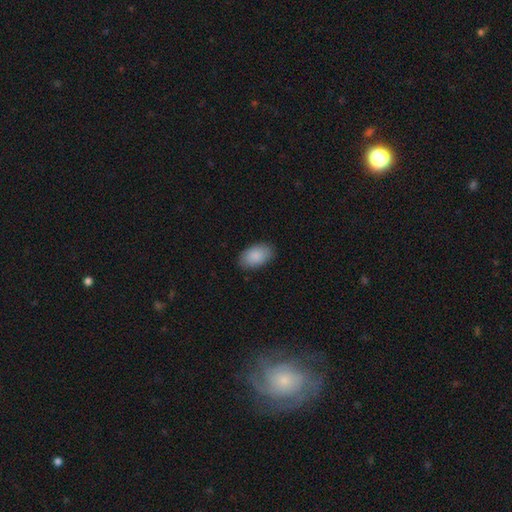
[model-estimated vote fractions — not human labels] smooth-or-featured: smooth: 89% | star or artifact: 6% | featured or disk: 5%
  how-rounded: in between: 93% | round: 5% | cigar-shaped: 1%
  merging: none: 86% | minor disturbance: 11% | major disturbance: 2% | merger: 1%